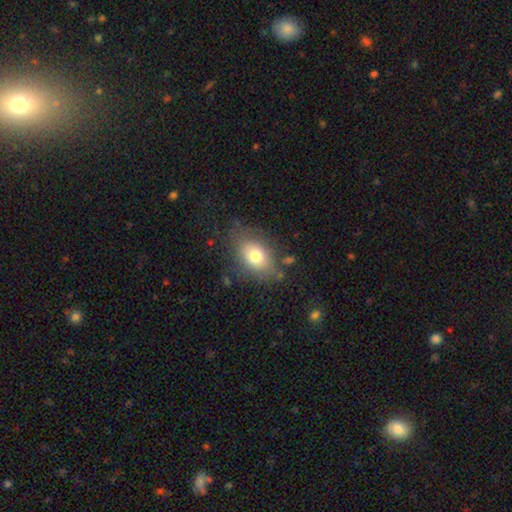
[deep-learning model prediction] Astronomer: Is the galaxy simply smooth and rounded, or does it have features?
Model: smooth — 74%.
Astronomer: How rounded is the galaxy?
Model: in between — 78%.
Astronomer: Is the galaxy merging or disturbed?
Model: none — 70%.